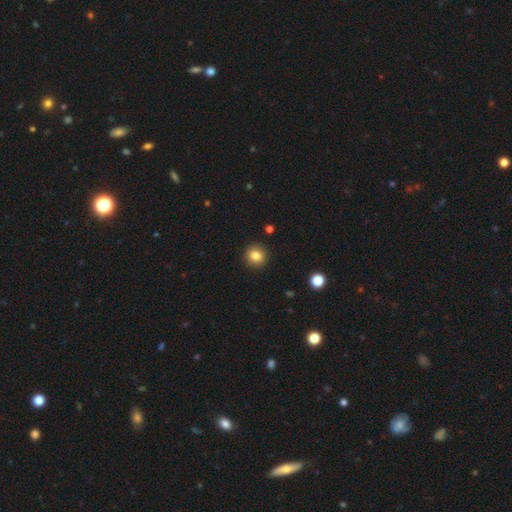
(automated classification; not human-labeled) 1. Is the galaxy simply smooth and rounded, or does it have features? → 84% smooth, 10% star or artifact, 6% featured or disk.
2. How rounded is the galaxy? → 92% round, 7% in between, 1% cigar-shaped.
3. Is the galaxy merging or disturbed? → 92% none, 6% minor disturbance, 2% major disturbance, 1% merger.